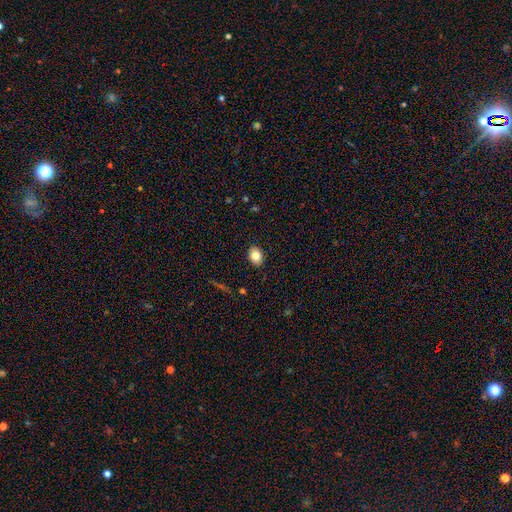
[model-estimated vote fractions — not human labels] Morphology: type=smooth (80%); roundness=in between (63%); merging=none (88%).